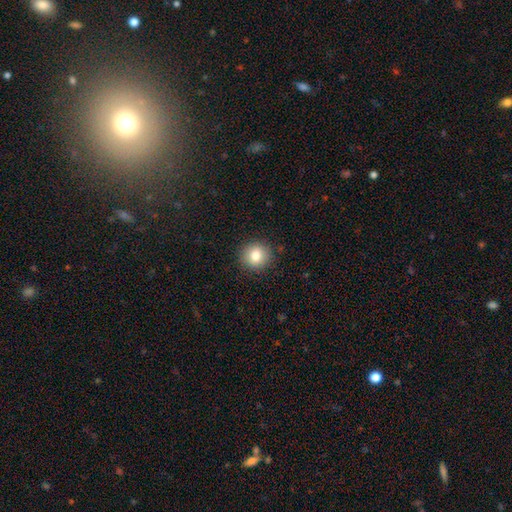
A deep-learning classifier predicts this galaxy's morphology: A smooth galaxy with no disk features (82%) that is round (90%).

Vote fractions:
- Smooth or featured? smooth: 82% / star or artifact: 10% / featured or disk: 8%
- How rounded? round: 90% / in between: 9% / cigar-shaped: 1%
- Merging? none: 90% / minor disturbance: 7% / major disturbance: 2% / merger: 1%